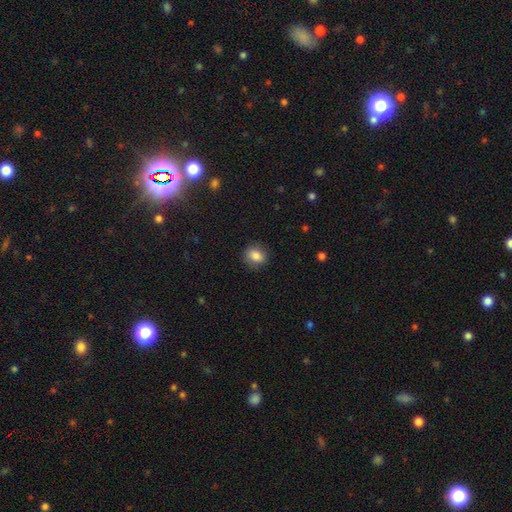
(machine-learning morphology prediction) This appears to be a smooth galaxy with no disk features (84%) that is round (53%). Merging: none (84%).